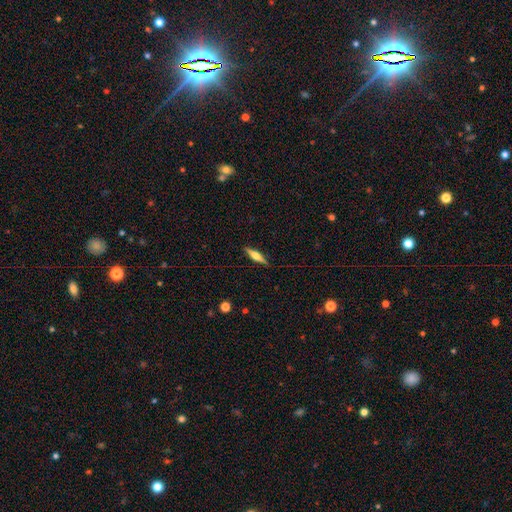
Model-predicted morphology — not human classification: The model was most divided on "smooth or featured": featured or disk: 58%, smooth: 36%, star or artifact: 6%. More confident: edge-on disk — yes (96%); merging — none (88%); edge-on bulge — rounded (86%).